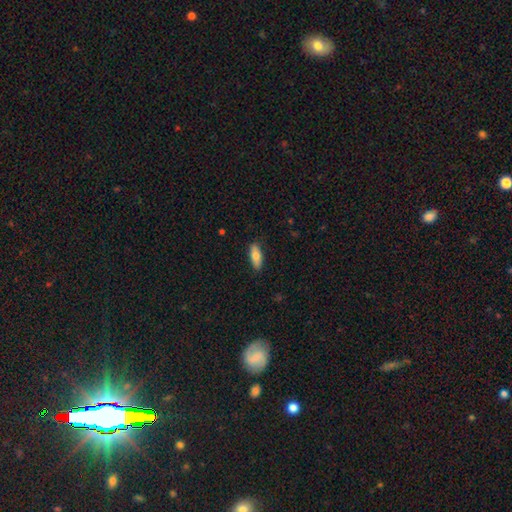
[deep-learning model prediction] This appears to be a smooth galaxy with no disk features (76%) that is in between round and cigar-shaped (74%). Merging: none (86%).